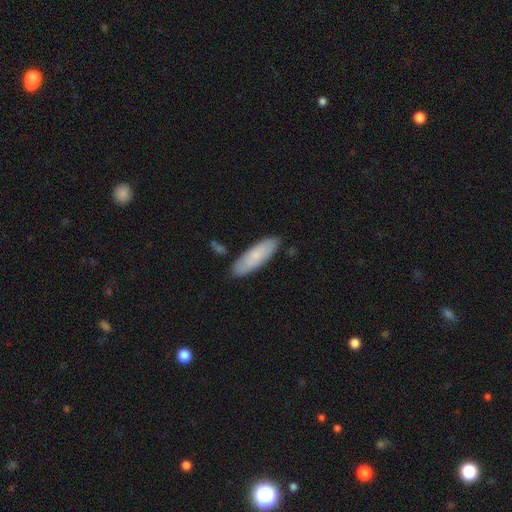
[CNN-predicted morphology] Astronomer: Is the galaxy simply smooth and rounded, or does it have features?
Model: smooth — 76%.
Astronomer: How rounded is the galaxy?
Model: in between — 54% (runner-up: cigar-shaped, 44%).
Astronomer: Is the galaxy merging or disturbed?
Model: none — 83%.